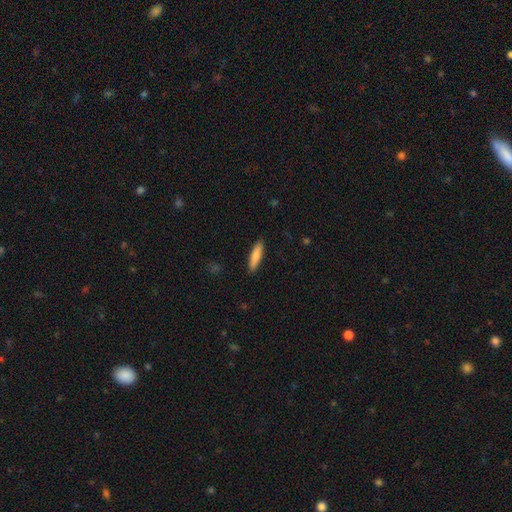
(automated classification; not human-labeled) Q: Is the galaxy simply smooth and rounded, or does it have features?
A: smooth — 82%.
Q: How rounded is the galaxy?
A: cigar-shaped — 75%.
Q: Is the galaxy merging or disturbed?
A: none — 89%.